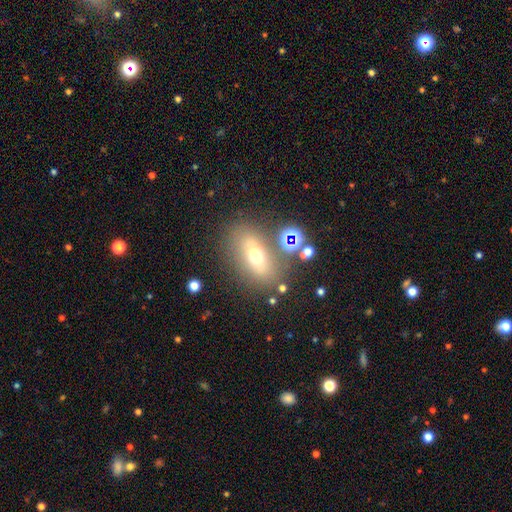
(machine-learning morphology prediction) Q: Smooth or featured?
A: smooth (56%); runner-up: featured or disk (28%)
Q: How rounded?
A: in between (74%); runner-up: round (17%)
Q: Merging?
A: none (74%); runner-up: minor disturbance (13%)